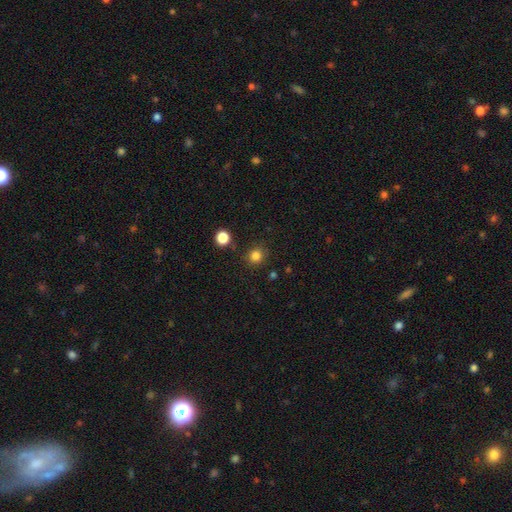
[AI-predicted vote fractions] Smooth or featured? Predicted: smooth (p=0.82). How rounded? Predicted: round (p=0.89). Merging? Predicted: none (p=0.87).